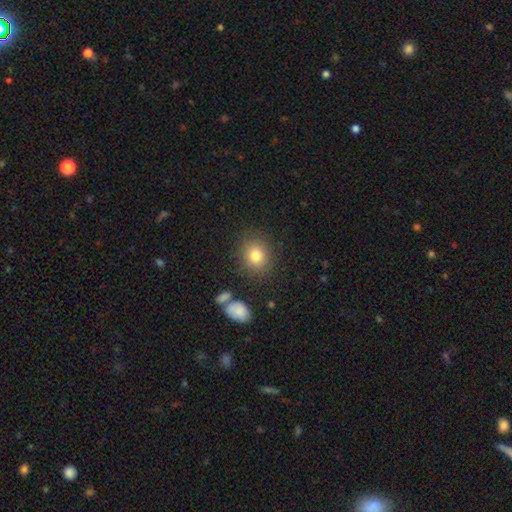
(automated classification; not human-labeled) Smooth or featured?
  - smooth: 80% *
  - star or artifact: 11%
  - featured or disk: 9%
How rounded?
  - round: 72% *
  - in between: 27%
  - cigar-shaped: 1%
Merging?
  - none: 83% *
  - minor disturbance: 10%
  - major disturbance: 4%
  - merger: 3%